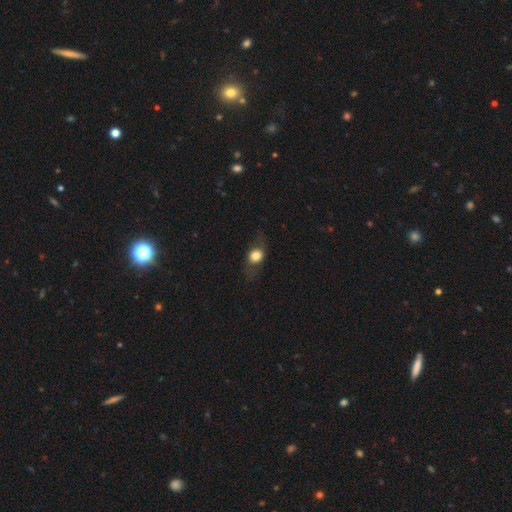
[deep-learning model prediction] A smooth galaxy with no disk features (63%) that is round (56%). Merging: none (69%).